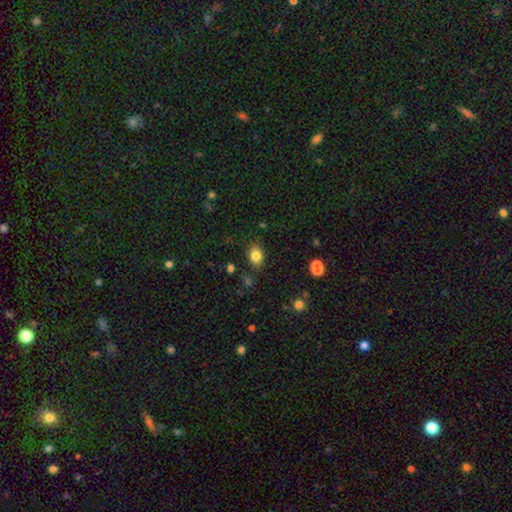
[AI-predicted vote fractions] Morphology: type=smooth (83%); roundness=in between (70%); merging=none (84%).